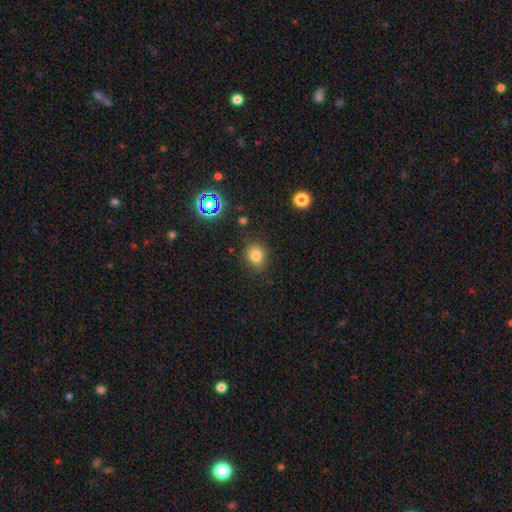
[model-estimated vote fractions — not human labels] A smooth galaxy with no disk features (80%) that is round (52%). Merging: none (82%).